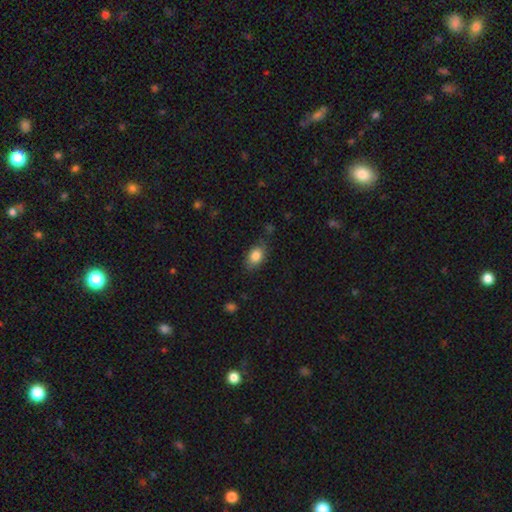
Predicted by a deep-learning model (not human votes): This is clearly a smooth galaxy (84%). How rounded: clearly in between (84%). Merging: likely none (76%).